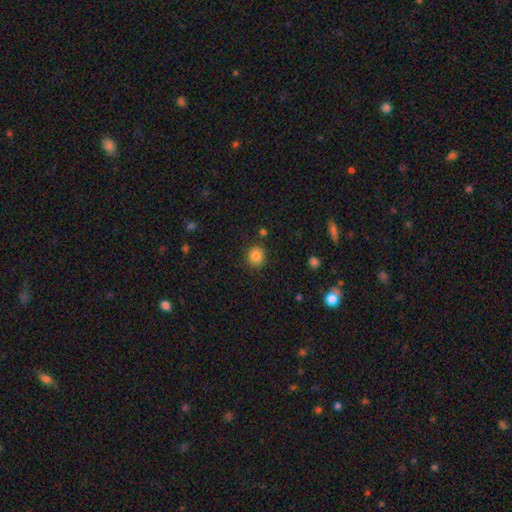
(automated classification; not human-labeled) smooth 85%, star or artifact 10%, featured or disk 5%. Down the decision tree: how rounded — round (88%); merging — none (87%).